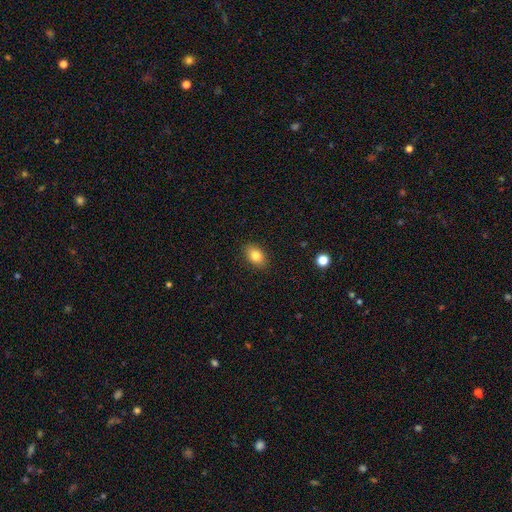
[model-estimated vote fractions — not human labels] Smooth or featured?
  - smooth: 84% *
  - star or artifact: 9%
  - featured or disk: 7%
How rounded?
  - in between: 85% *
  - round: 13%
  - cigar-shaped: 2%
Merging?
  - none: 88% *
  - minor disturbance: 8%
  - major disturbance: 2%
  - merger: 1%